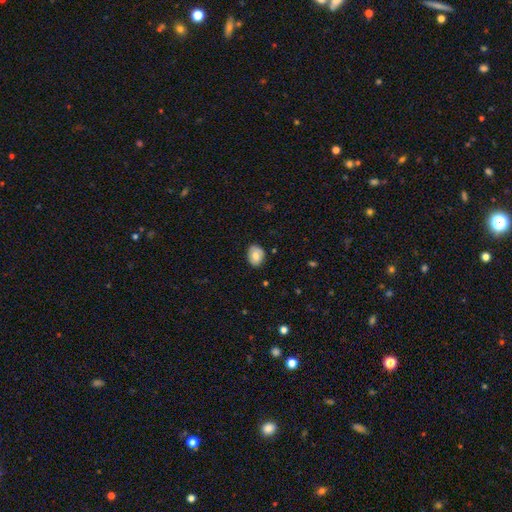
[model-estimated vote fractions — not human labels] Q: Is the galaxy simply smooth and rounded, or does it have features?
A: smooth — 71%.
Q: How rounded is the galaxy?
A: in between — 55%.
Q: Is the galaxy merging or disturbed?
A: none — 82%.